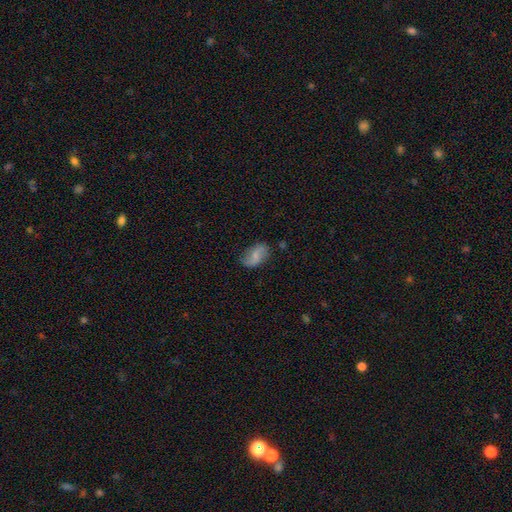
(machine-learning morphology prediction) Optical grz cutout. It shows a smooth galaxy with no disk features (51%) that is in between round and cigar-shaped (89%). Merging: none (71%).